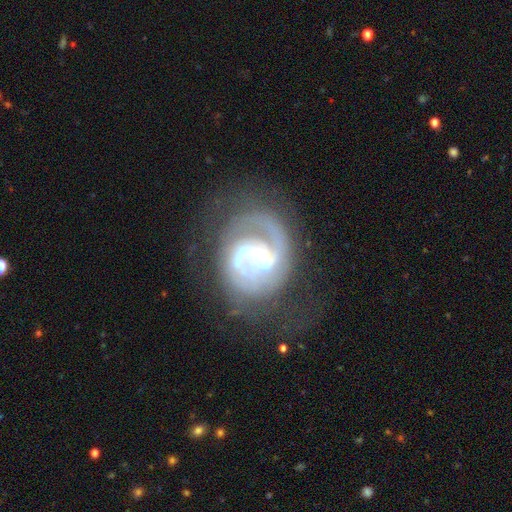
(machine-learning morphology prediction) smooth_or_featured: featured or disk (p=0.86) [alt: smooth p=0.07]
disk_edge_on: no (p=0.98) [alt: yes p=0.02]
bar: weak (p=0.46) [alt: strong p=0.32]
has_spiral_arms: yes (p=0.92) [alt: no p=0.08]
spiral_winding: medium (p=0.45) [alt: tight p=0.34]
spiral_arm_count: 2 (p=0.53) [alt: 1 p=0.23]
bulge_size: moderate (p=0.42) [alt: small p=0.30]
merging: none (p=0.51) [alt: major disturbance p=0.26]